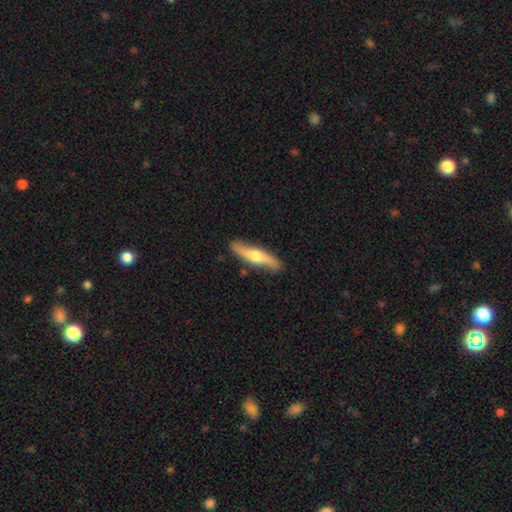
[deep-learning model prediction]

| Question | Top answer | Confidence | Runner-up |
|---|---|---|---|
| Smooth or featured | featured or disk | 58% | smooth (37%) |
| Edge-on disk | yes | 76% | no (24%) |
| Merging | none | 85% | minor disturbance (11%) |